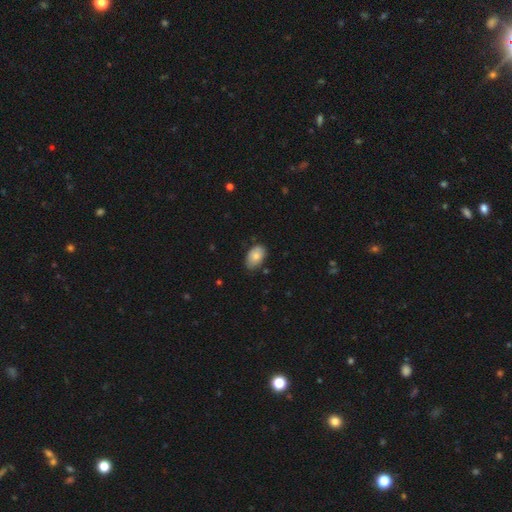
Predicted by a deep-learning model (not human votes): smooth_or_featured: smooth (p=0.81) [alt: featured or disk p=0.13]
how_rounded: in between (p=0.91) [alt: round p=0.07]
merging: none (p=0.75) [alt: minor disturbance p=0.21]